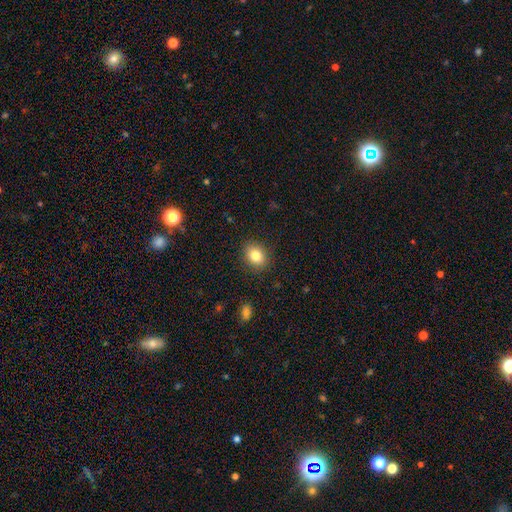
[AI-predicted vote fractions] Smooth or featured?
  - smooth: 82% *
  - star or artifact: 10%
  - featured or disk: 8%
How rounded?
  - in between: 50% *
  - round: 49%
  - cigar-shaped: 1%
Merging?
  - none: 88% *
  - minor disturbance: 8%
  - major disturbance: 2%
  - merger: 1%